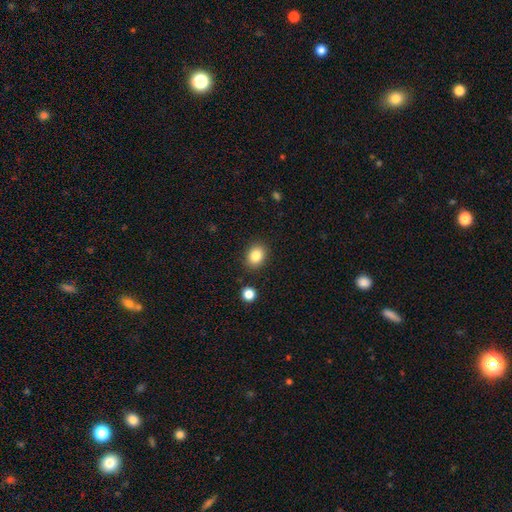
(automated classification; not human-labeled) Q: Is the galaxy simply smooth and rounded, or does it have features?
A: smooth — 85%.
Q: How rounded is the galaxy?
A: round — 50%.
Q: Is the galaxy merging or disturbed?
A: none — 87%.